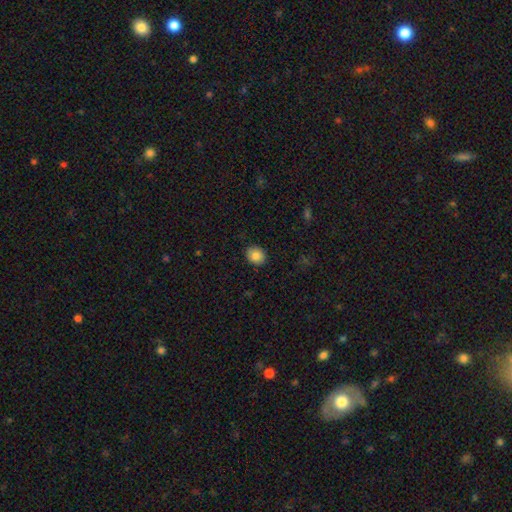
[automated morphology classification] Smooth or featured?
  - smooth: 86% *
  - star or artifact: 9%
  - featured or disk: 5%
How rounded?
  - round: 63% *
  - in between: 36%
  - cigar-shaped: 1%
Merging?
  - none: 89% *
  - minor disturbance: 8%
  - major disturbance: 2%
  - merger: 1%